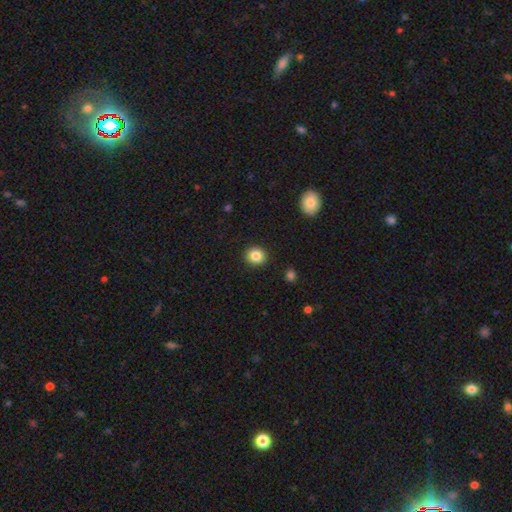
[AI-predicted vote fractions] A smooth galaxy with no disk features (85%) that is round (83%). Merging: none (91%).